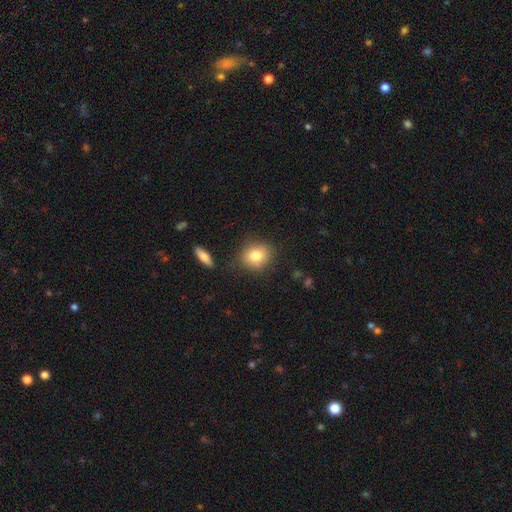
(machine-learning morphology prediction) The model was most divided on "how rounded": round: 68%, in between: 31%, cigar-shaped: 1%. More confident: merging — none (80%); smooth or featured — smooth (80%).